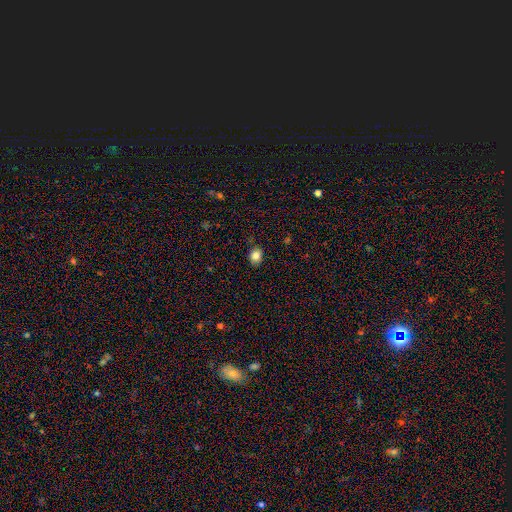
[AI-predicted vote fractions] The model was most divided on "how rounded": round: 53%, in between: 46%, cigar-shaped: 1%. More confident: merging — none (85%); smooth or featured — smooth (84%).